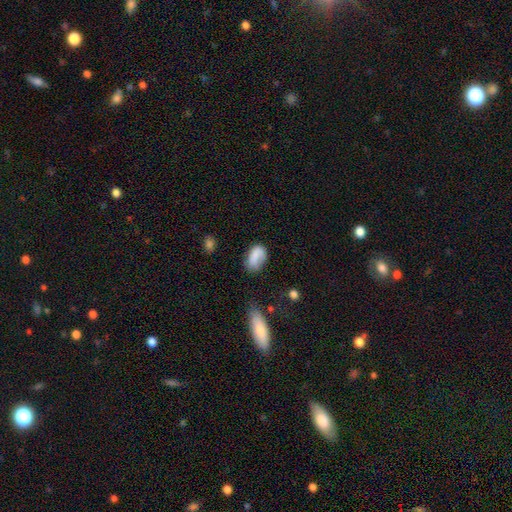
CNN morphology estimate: Smooth or featured? smooth (73%)
How rounded? in between (90%)
Merging? none (59%)